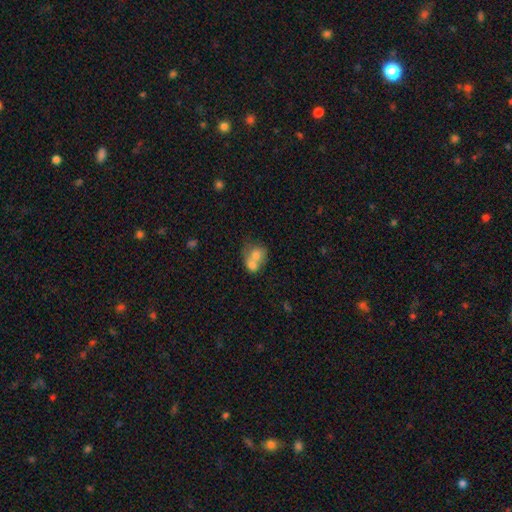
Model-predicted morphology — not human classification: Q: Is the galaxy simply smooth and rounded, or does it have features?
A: smooth — 70%.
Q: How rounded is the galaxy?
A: round — 54%.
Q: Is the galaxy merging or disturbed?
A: merger — 71%.